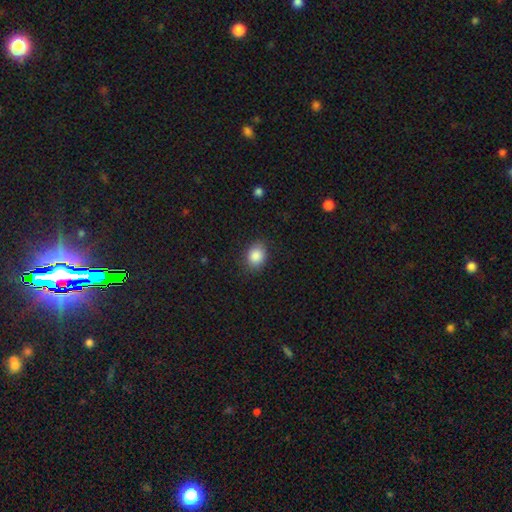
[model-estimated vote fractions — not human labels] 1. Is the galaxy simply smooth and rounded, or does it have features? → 87% smooth, 8% star or artifact, 4% featured or disk.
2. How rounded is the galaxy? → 52% round, 48% in between, 1% cigar-shaped.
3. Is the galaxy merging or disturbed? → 82% none, 13% minor disturbance, 3% major disturbance, 1% merger.